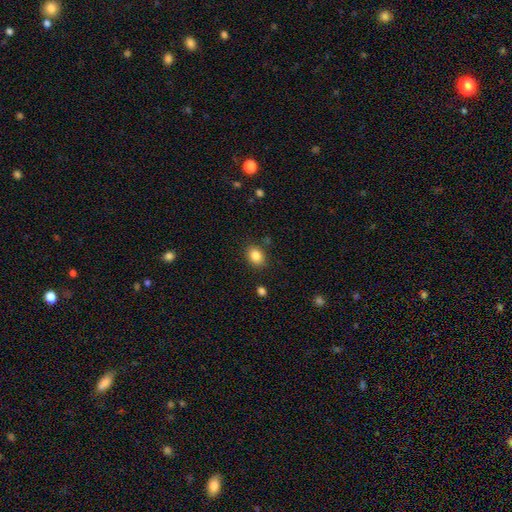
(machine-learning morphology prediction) Smooth or featured? Predicted: smooth (p=0.85). How rounded? Predicted: in between (p=0.61). Merging? Predicted: none (p=0.84).